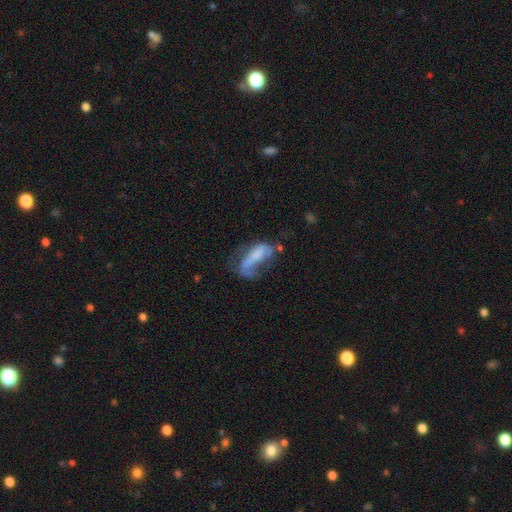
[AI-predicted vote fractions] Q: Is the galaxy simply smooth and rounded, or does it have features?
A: smooth — 47%.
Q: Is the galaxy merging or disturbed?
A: major disturbance — 46%.